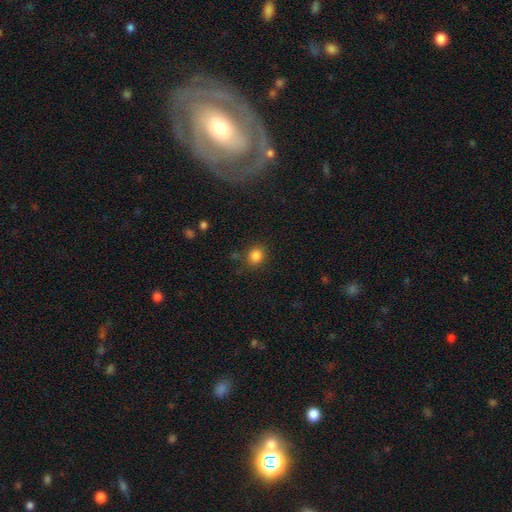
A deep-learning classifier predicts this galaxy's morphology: Smooth or featured: smooth — 84% (star or artifact — 11%)
How rounded: round — 71% (in between — 28%)
Merging: none — 81% (minor disturbance — 12%)